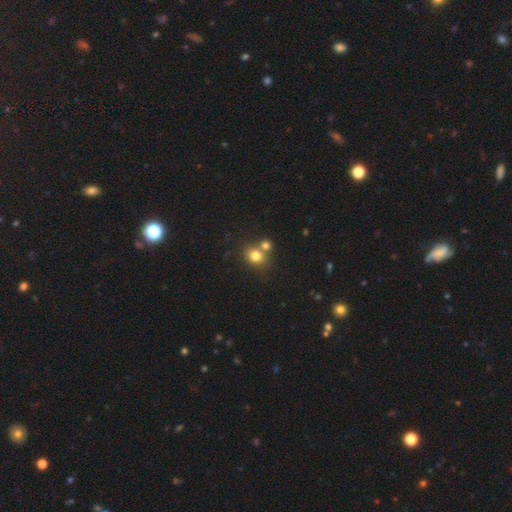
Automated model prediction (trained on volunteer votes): Overall: smooth (79%). How rounded: round (77%). Merging: none (56%; merger 34%).